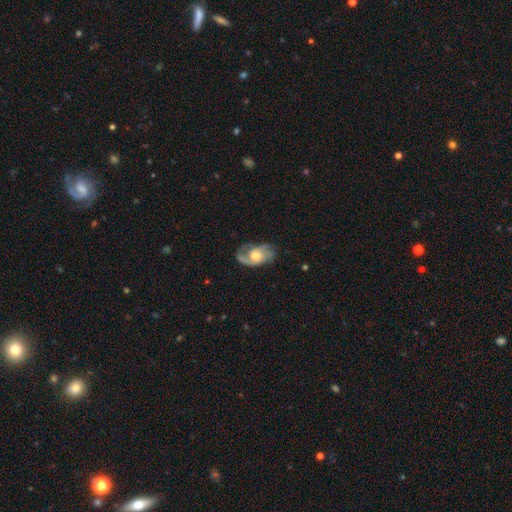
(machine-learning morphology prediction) Smooth or featured? Predicted: featured or disk (p=0.78). Edge-on disk? Predicted: no (p=0.96). Bar? Predicted: no (p=0.68). Spiral arms? Predicted: yes (p=0.93). Spiral winding? Predicted: medium (p=0.47). Spiral arm count? Predicted: 2 (p=0.54). Bulge size? Predicted: moderate (p=0.59). Merging? Predicted: none (p=0.65).